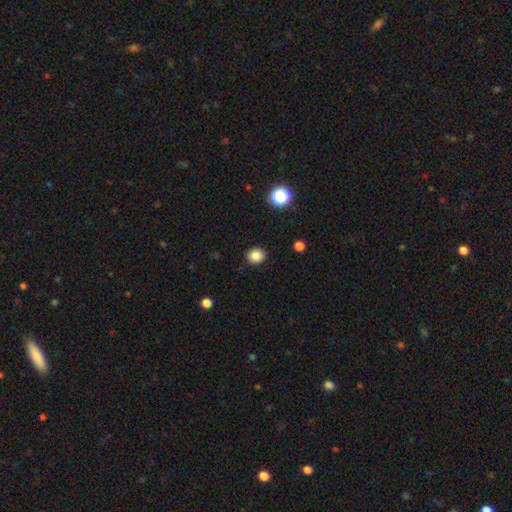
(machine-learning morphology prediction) Smooth or featured: smooth — 84% (star or artifact — 11%)
How rounded: round — 72% (in between — 27%)
Merging: none — 90% (minor disturbance — 7%)